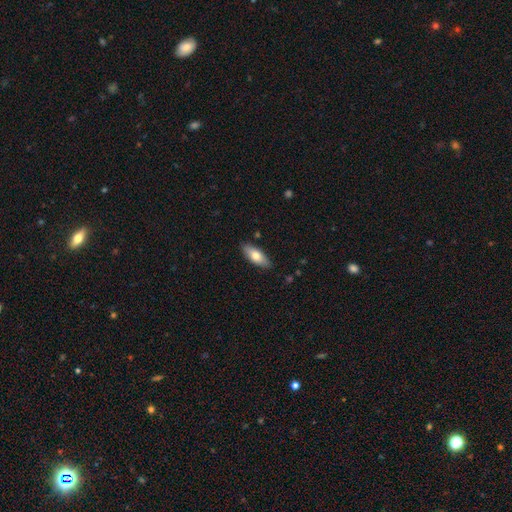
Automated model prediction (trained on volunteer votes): Overall: smooth (72%). How rounded: in between (78%). Merging: none (87%).